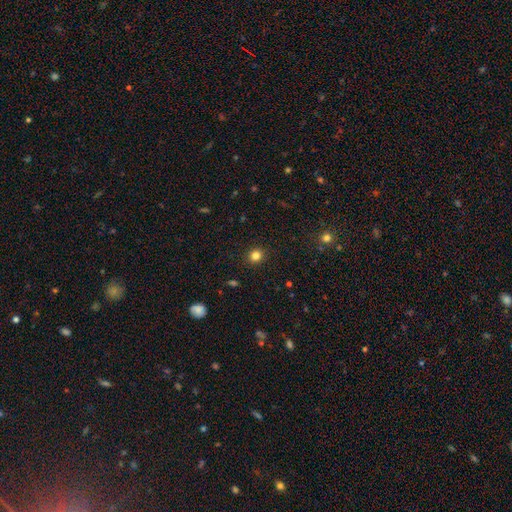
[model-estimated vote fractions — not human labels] Overall: smooth (82%). How rounded: round (84%). Merging: none (91%).